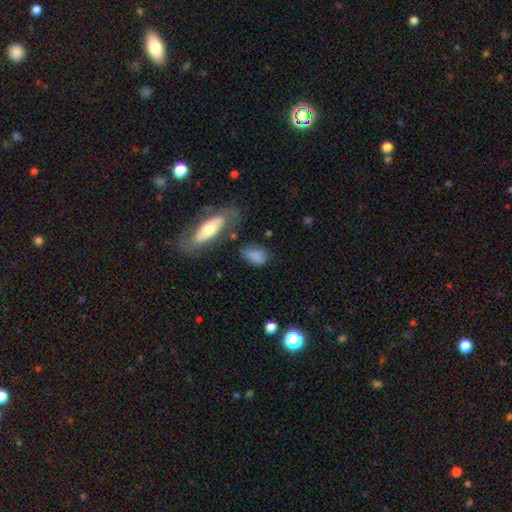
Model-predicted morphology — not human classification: Smooth or featured: smooth — 79% (featured or disk — 12%)
How rounded: in between — 85% (round — 8%)
Merging: none — 52% (minor disturbance — 26%)